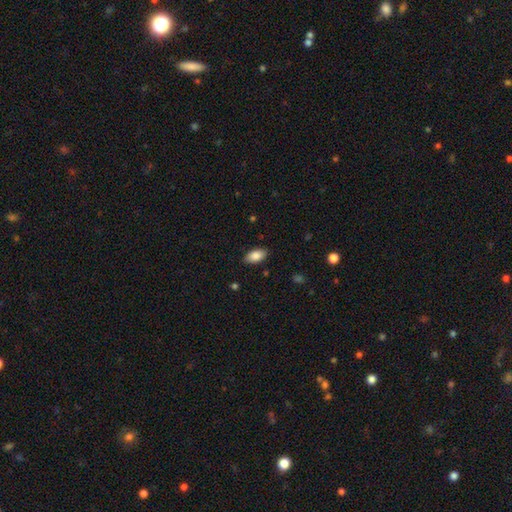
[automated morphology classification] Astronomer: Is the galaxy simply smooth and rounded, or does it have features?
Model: smooth — 87%.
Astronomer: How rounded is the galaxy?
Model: in between — 94%.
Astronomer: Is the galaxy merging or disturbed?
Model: none — 87%.